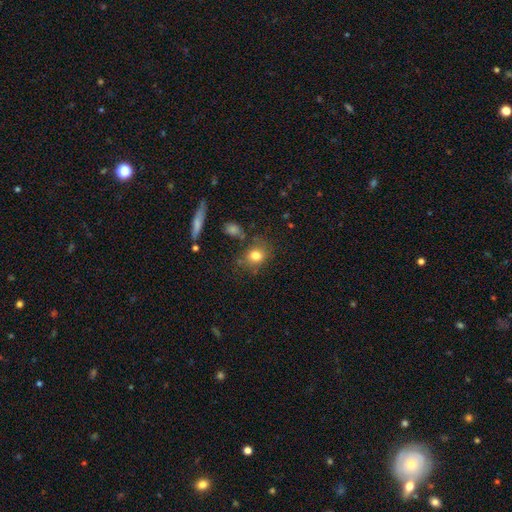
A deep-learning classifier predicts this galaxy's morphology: This is likely a smooth galaxy (79%). How rounded: likely round (64%). Merging: likely none (69%).